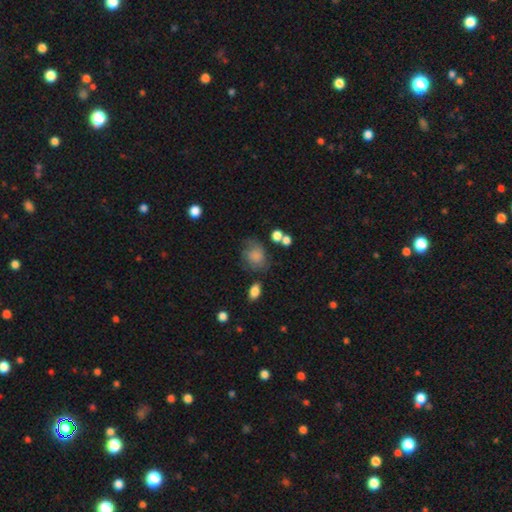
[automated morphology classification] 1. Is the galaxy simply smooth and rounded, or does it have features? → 72% smooth, 18% featured or disk, 10% star or artifact.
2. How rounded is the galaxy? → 55% round, 44% in between, 1% cigar-shaped.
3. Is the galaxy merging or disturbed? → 51% none, 28% minor disturbance, 16% major disturbance, 6% merger.